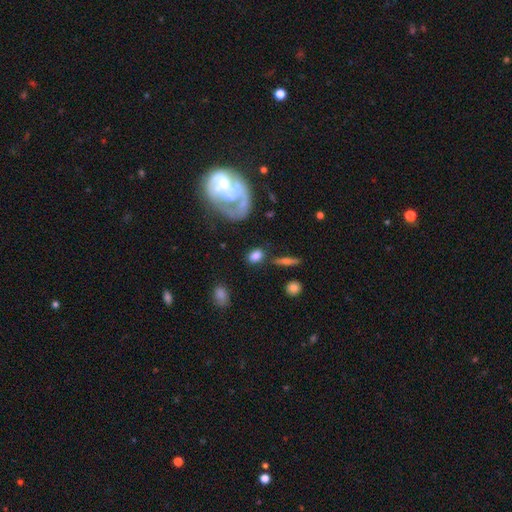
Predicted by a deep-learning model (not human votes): A smooth galaxy with no disk features (72%) that is in between round and cigar-shaped (71%). Merging: none (67%).